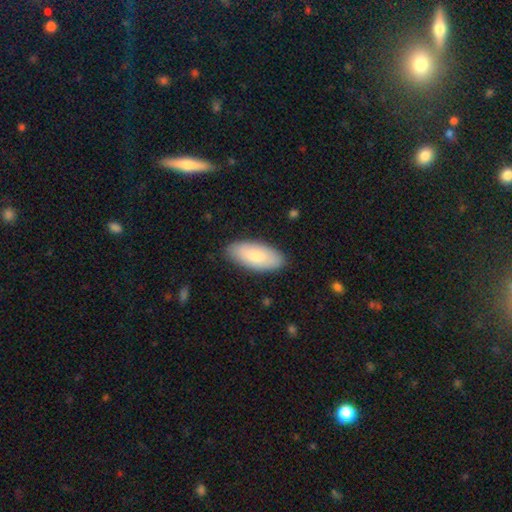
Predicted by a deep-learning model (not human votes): Smooth or featured? Predicted: smooth (p=0.76). How rounded? Predicted: in between (p=0.90). Merging? Predicted: none (p=0.85).